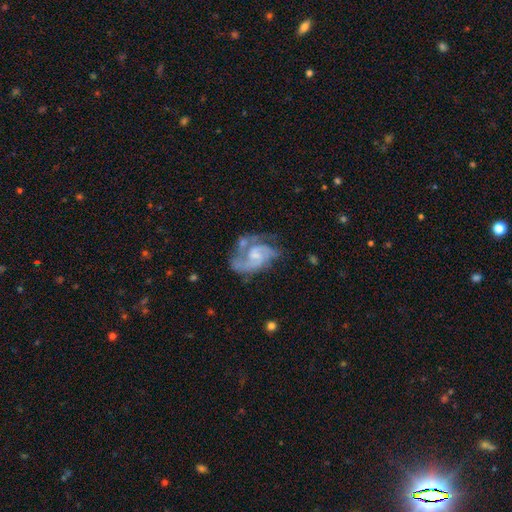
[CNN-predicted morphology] type=featured or disk (86%); edge-on=no (98%); bar=no (51%); spiral arms=yes (95%); winding=medium (53%); arm count=2 (70%); bulge=small (49%); merging=none (46%).